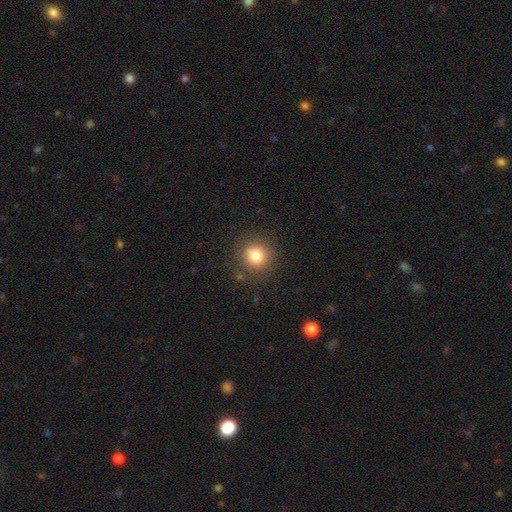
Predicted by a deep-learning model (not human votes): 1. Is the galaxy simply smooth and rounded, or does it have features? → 82% smooth, 12% star or artifact, 7% featured or disk.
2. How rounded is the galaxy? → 89% round, 10% in between, 1% cigar-shaped.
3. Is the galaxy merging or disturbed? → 85% none, 9% minor disturbance, 3% major disturbance, 2% merger.